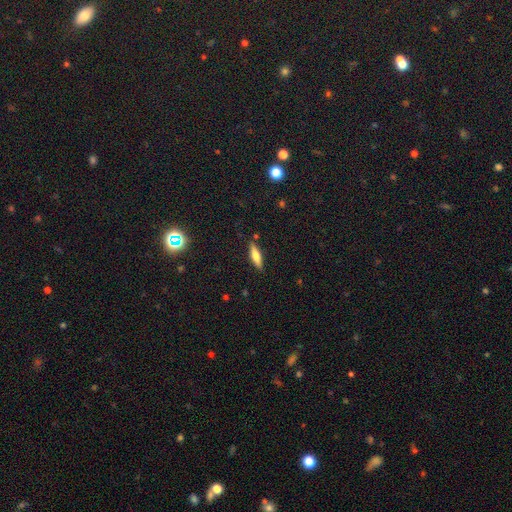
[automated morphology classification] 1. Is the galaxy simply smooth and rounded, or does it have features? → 55% smooth, 37% featured or disk, 8% star or artifact.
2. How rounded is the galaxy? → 64% cigar-shaped, 34% in between, 2% round.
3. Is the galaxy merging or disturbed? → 86% none, 10% minor disturbance, 2% major disturbance, 2% merger.